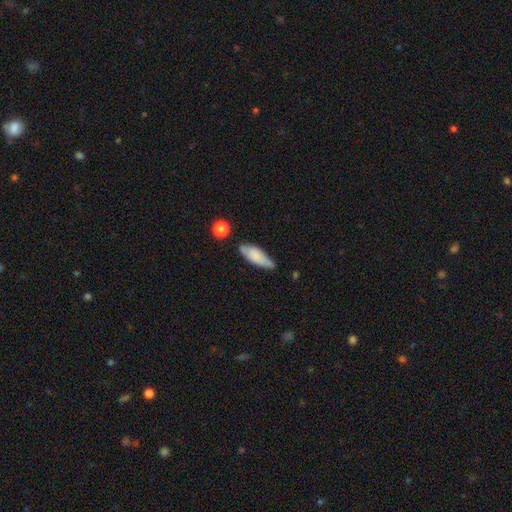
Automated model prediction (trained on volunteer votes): This is likely a smooth galaxy (75%). How rounded: likely in between (64%). Merging: possibly none (57%).